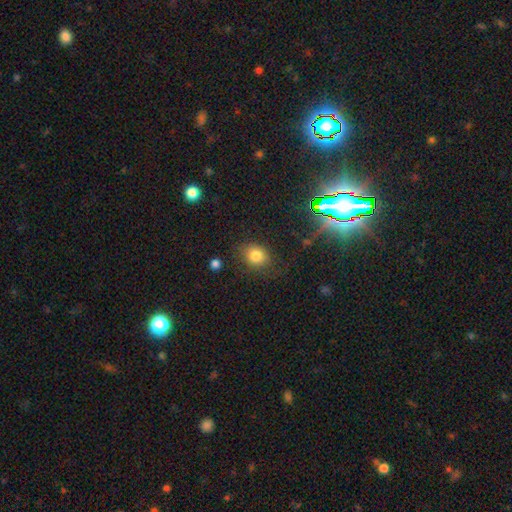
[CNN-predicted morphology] This is likely a smooth galaxy (80%). How rounded: possibly round (59%). Merging: likely none (76%).